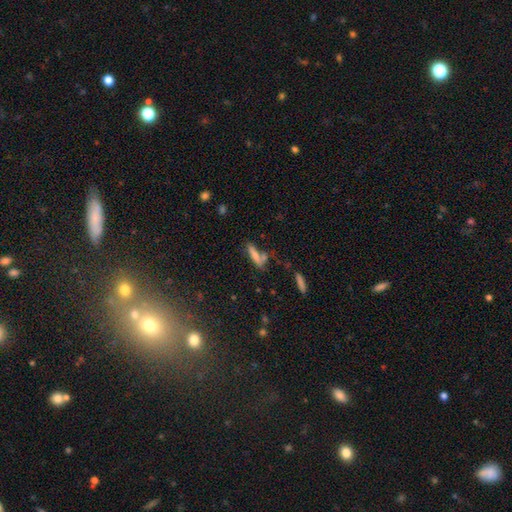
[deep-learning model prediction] smooth_or_featured: smooth (p=0.71) [alt: featured or disk p=0.19]
how_rounded: cigar-shaped (p=0.76) [alt: in between p=0.22]
merging: none (p=0.55) [alt: merger p=0.19]